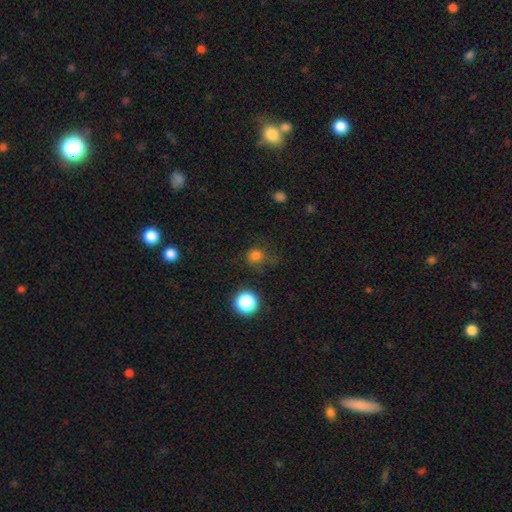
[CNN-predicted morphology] Overall: smooth (72%). How rounded: round (86%). Merging: none (60%; minor disturbance 20%).